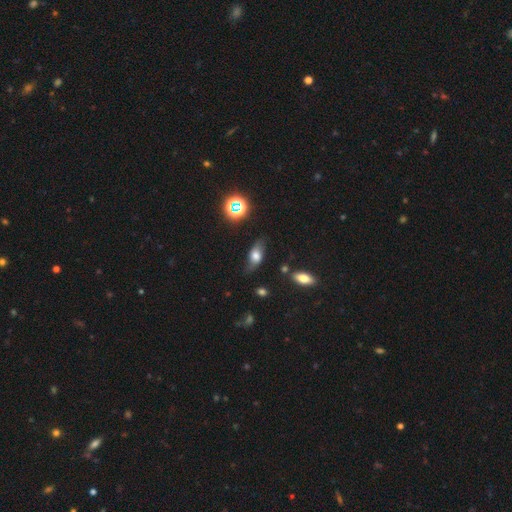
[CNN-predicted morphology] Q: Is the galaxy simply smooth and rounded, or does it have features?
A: smooth — 59%.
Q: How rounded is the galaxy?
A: in between — 78%.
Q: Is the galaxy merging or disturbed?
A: none — 66%.